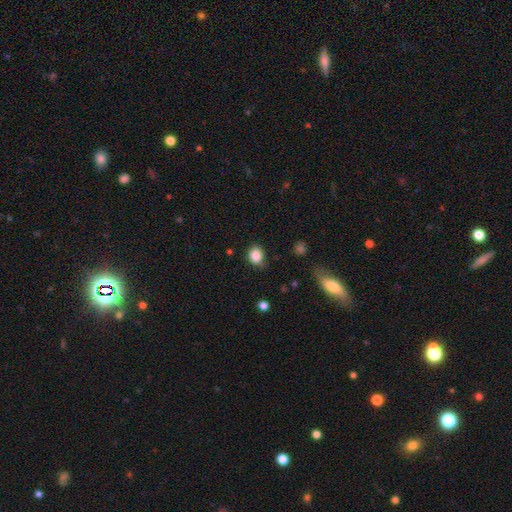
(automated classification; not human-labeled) Overall: smooth (86%). How rounded: round (61%; in between 38%). Merging: none (72%).